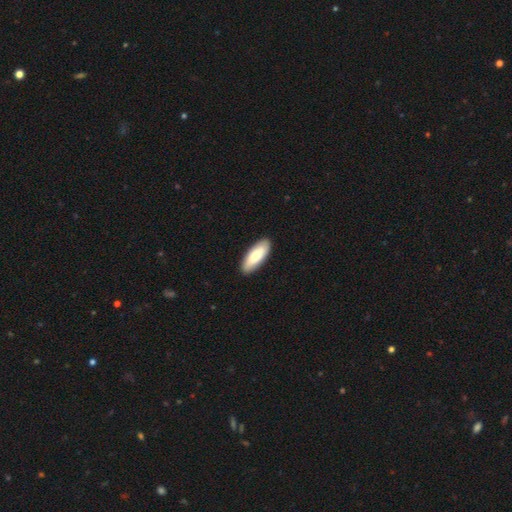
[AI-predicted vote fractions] Smooth or featured?
  - smooth: 80% *
  - featured or disk: 15%
  - star or artifact: 5%
How rounded?
  - in between: 75% *
  - cigar-shaped: 23%
  - round: 2%
Merging?
  - none: 90% *
  - minor disturbance: 8%
  - major disturbance: 2%
  - merger: 1%